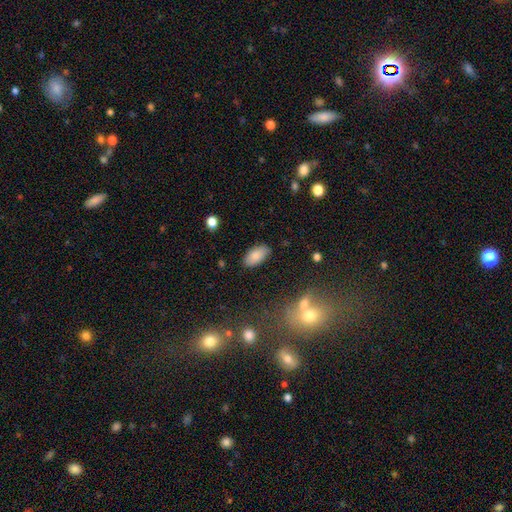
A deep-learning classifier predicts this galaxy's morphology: A smooth galaxy with no disk features (83%) that is in between round and cigar-shaped (93%). Merging: none (85%).